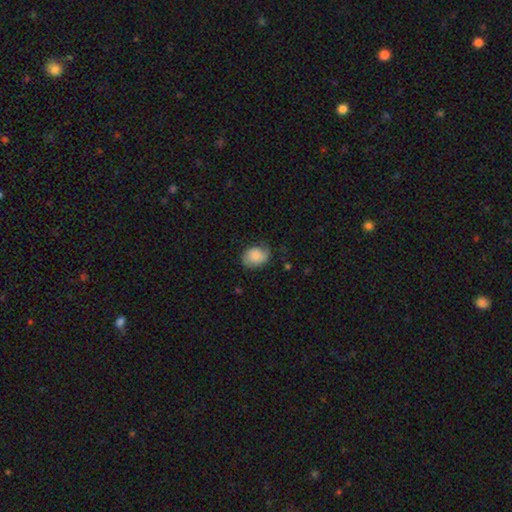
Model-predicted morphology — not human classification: Smooth or featured: smooth — 71% (featured or disk — 21%)
How rounded: in between — 61% (round — 38%)
Merging: none — 64% (minor disturbance — 26%)